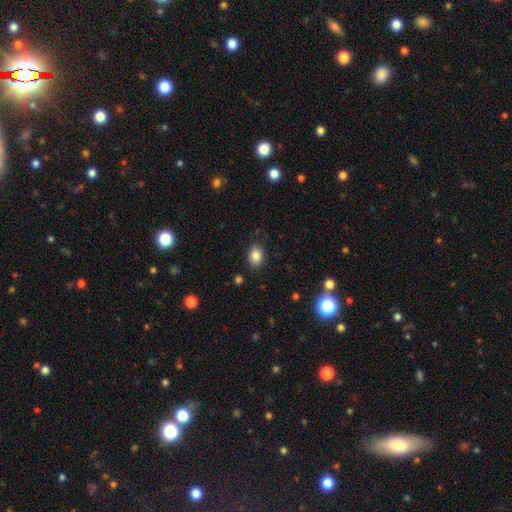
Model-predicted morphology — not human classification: A smooth galaxy with no disk features (84%) that is in between round and cigar-shaped (64%). Merging: none (83%).